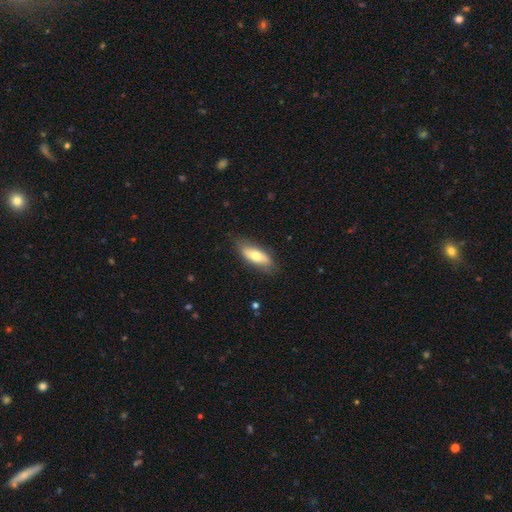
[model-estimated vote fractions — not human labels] Smooth or featured? Predicted: smooth (p=0.66). How rounded? Predicted: in between (p=0.72). Merging? Predicted: none (p=0.79).